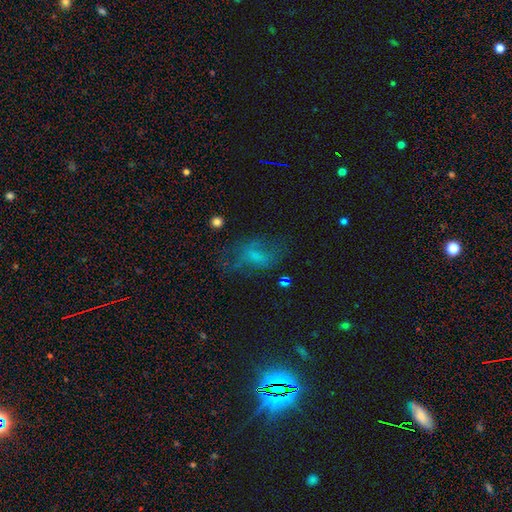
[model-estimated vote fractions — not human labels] Overall: smooth (49%; featured or disk 31%). Merging: none (43%; major disturbance 31%).